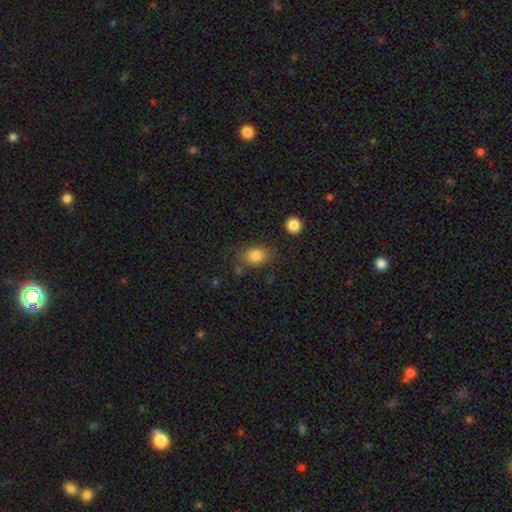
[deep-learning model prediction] Morphology: type=smooth (82%); roundness=in between (70%); merging=none (74%).